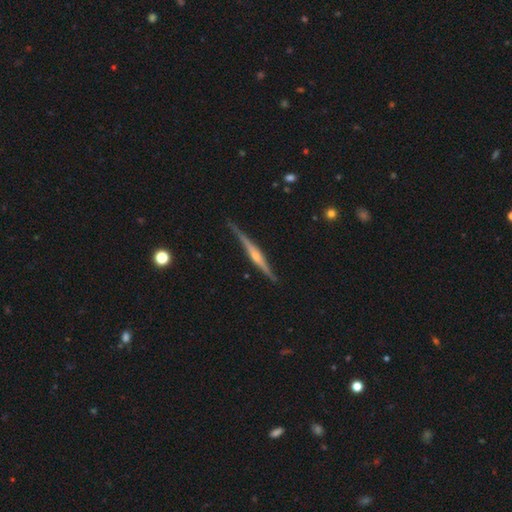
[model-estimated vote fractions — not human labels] Q: Smooth or featured?
A: featured or disk (80%); runner-up: smooth (14%)
Q: Edge-on disk?
A: yes (98%); runner-up: no (2%)
Q: Edge-on bulge?
A: rounded (75%); runner-up: none (15%)
Q: Merging?
A: none (83%); runner-up: minor disturbance (13%)